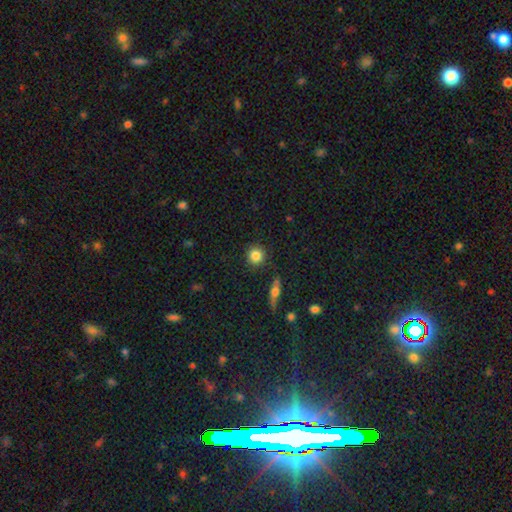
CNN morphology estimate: A smooth galaxy with no disk features (84%) that is round (92%).

Vote fractions:
- Smooth or featured? smooth: 84% / star or artifact: 9% / featured or disk: 7%
- How rounded? round: 92% / in between: 7% / cigar-shaped: 1%
- Merging? none: 88% / minor disturbance: 7% / merger: 3% / major disturbance: 2%